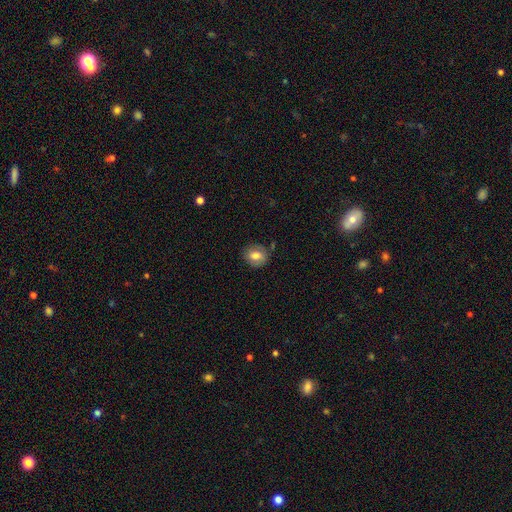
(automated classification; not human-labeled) smooth-or-featured: smooth: 76% | featured or disk: 16% | star or artifact: 9%
  how-rounded: round: 66% | in between: 33% | cigar-shaped: 1%
  merging: none: 79% | minor disturbance: 15% | major disturbance: 3% | merger: 3%